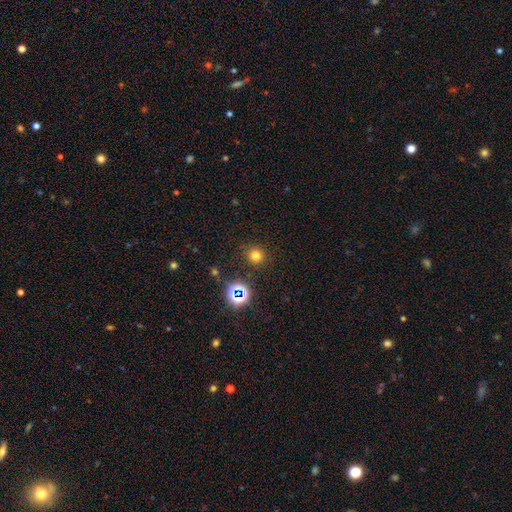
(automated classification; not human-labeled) Q: Smooth or featured?
A: smooth (72%); runner-up: star or artifact (22%)
Q: How rounded?
A: round (90%); runner-up: in between (9%)
Q: Merging?
A: none (88%); runner-up: minor disturbance (7%)